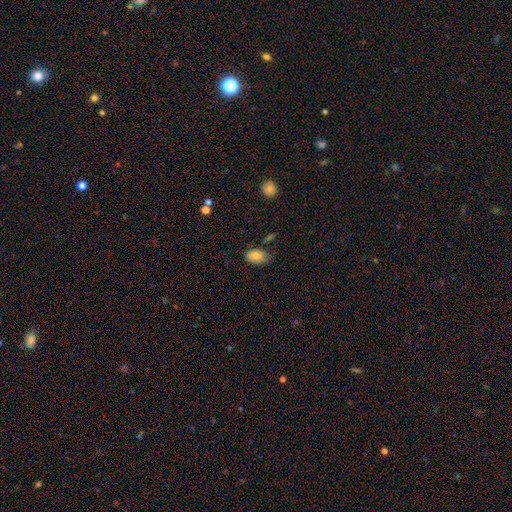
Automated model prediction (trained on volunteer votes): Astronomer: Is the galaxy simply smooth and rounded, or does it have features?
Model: smooth — 81%.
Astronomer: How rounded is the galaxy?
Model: in between — 89%.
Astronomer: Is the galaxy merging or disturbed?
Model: none — 62%.